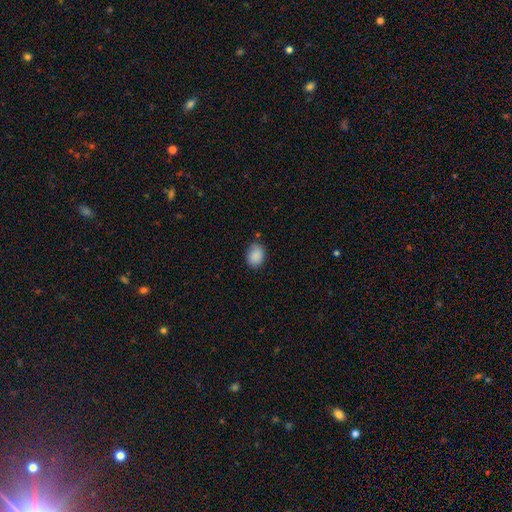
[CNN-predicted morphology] This is clearly a smooth galaxy (89%). How rounded: likely in between (67%). Merging: likely none (75%).